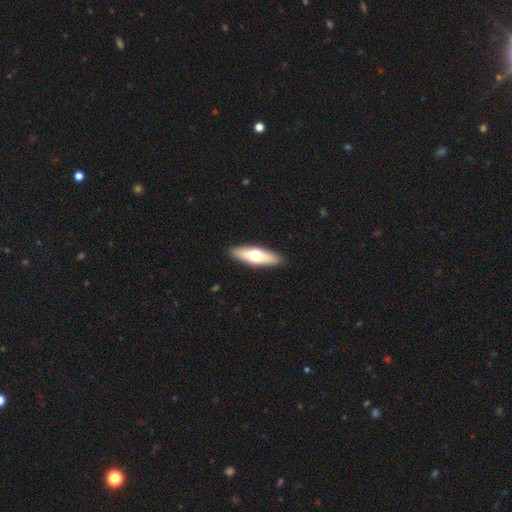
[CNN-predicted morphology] Smooth or featured?
  - smooth: 56% *
  - featured or disk: 39%
  - star or artifact: 5%
How rounded?
  - cigar-shaped: 49% *
  - in between: 48%
  - round: 2%
Merging?
  - none: 90% *
  - minor disturbance: 7%
  - major disturbance: 2%
  - merger: 1%